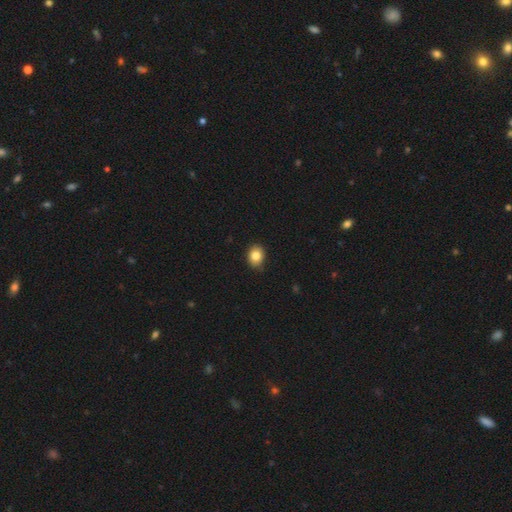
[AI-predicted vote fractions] Smooth or featured? smooth (82%)
How rounded? round (52%)
Merging? none (83%)